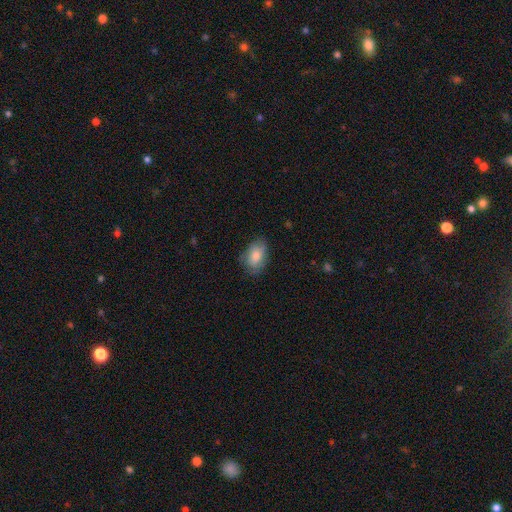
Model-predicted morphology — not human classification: This appears to be a smooth galaxy with no disk features (81%) that is in between round and cigar-shaped (85%). Merging: none (73%).